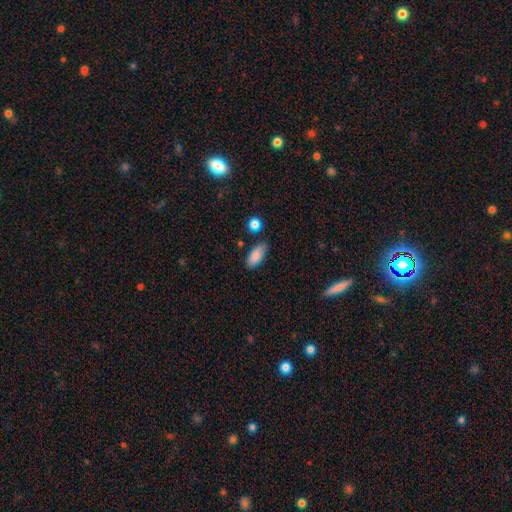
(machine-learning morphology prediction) smooth 85%, featured or disk 8%, star or artifact 7%. Down the decision tree: how rounded — in between (88%); merging — none (74%).